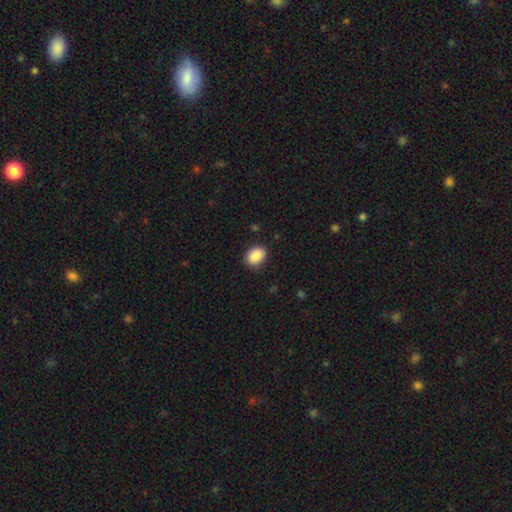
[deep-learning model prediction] A smooth galaxy with no disk features (89%) that is in between round and cigar-shaped (72%).

Vote fractions:
- Smooth or featured? smooth: 89% / star or artifact: 8% / featured or disk: 3%
- How rounded? in between: 72% / round: 27% / cigar-shaped: 1%
- Merging? none: 84% / minor disturbance: 12% / major disturbance: 3% / merger: 1%